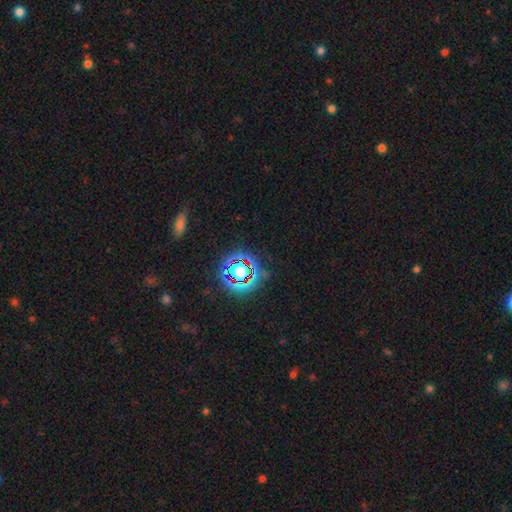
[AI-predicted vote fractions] Overall: star or artifact (74%).